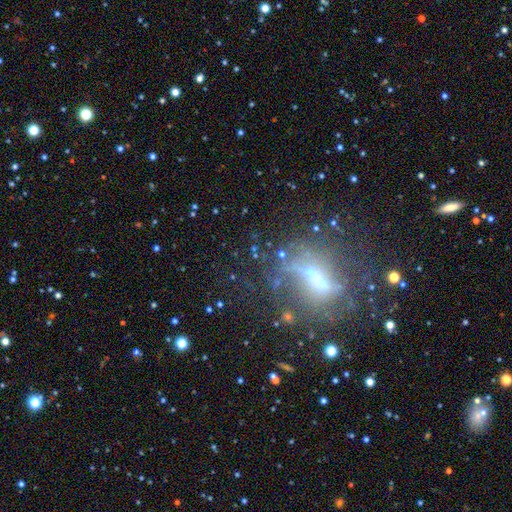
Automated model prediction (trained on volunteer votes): A featured or disk galaxy (46%).

Vote fractions:
- Smooth or featured? featured or disk: 46% / star or artifact: 32% / smooth: 22%
- Merging? none: 54% / major disturbance: 22% / minor disturbance: 16% / merger: 9%